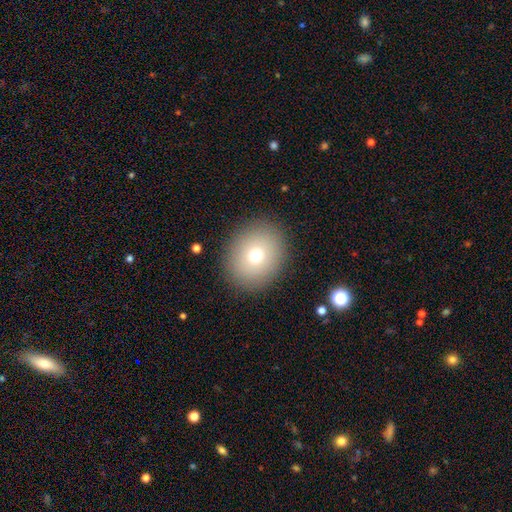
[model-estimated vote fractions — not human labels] Q: Smooth or featured?
A: smooth (72%); runner-up: featured or disk (14%)
Q: How rounded?
A: round (68%); runner-up: in between (32%)
Q: Merging?
A: none (89%); runner-up: minor disturbance (7%)